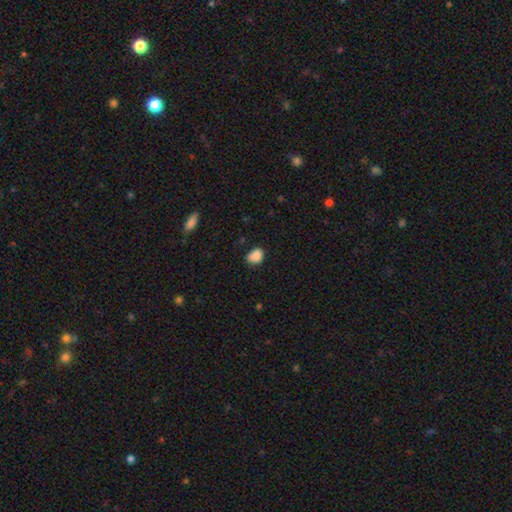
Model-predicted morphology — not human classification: A smooth galaxy with no disk features (86%) that is in between round and cigar-shaped (61%). Merging: none (69%).